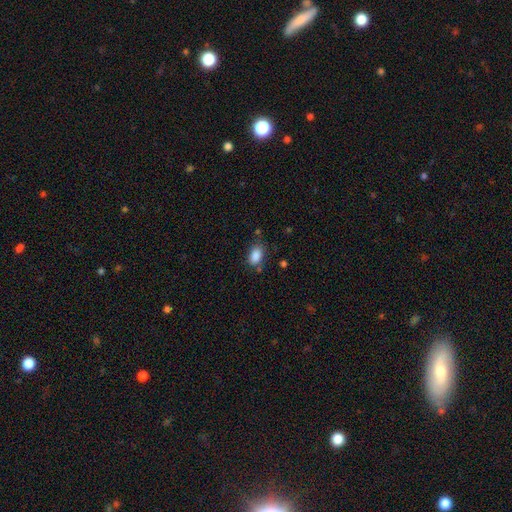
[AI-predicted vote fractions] This is clearly a smooth galaxy (87%). How rounded: clearly in between (88%). Merging: likely none (74%).